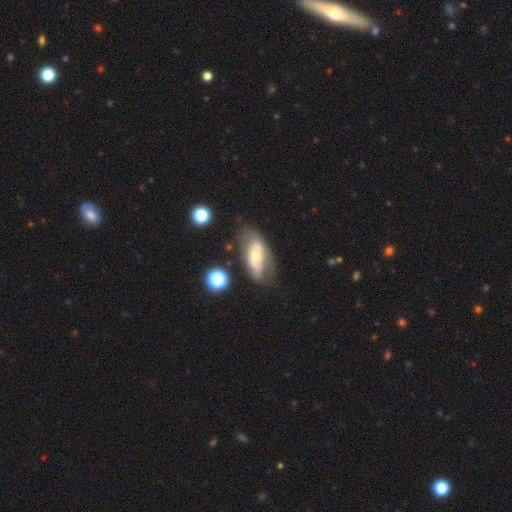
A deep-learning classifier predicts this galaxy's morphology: Smooth or featured?
  - featured or disk: 59% *
  - smooth: 34%
  - star or artifact: 7%
Edge-on disk?
  - no: 87% *
  - yes: 13%
Bar?
  - no: 65% *
  - weak: 22%
  - strong: 13%
Spiral arms?
  - no: 54% *
  - yes: 46%
Bulge size?
  - moderate: 52% *
  - small: 42%
  - large: 4%
  - none: 1%
  - dominant: 1%
Merging?
  - none: 62% *
  - minor disturbance: 23%
  - major disturbance: 11%
  - merger: 4%